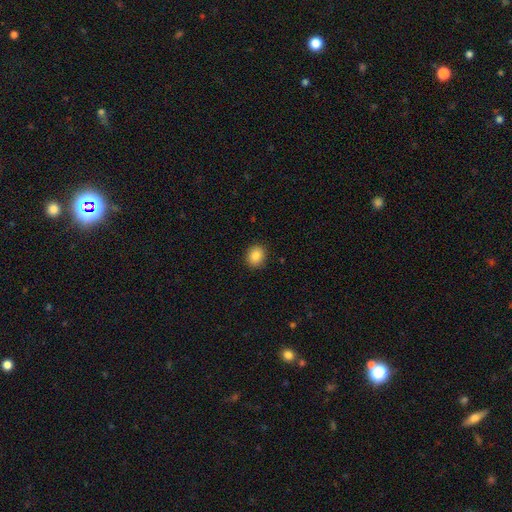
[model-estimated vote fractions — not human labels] This is clearly a smooth galaxy (86%). How rounded: likely round (62%). Merging: clearly none (90%).